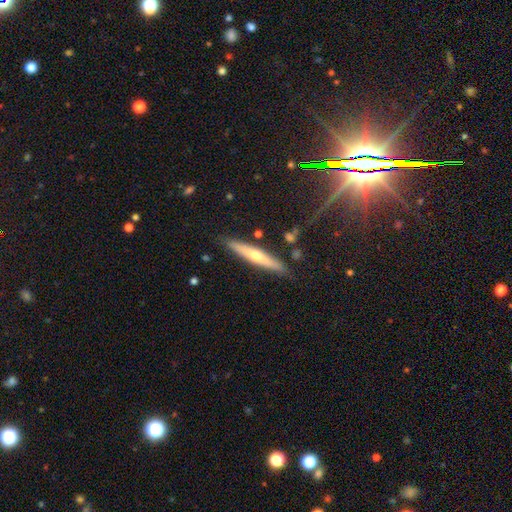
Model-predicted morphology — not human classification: type=featured or disk (49%); merging=none (86%).